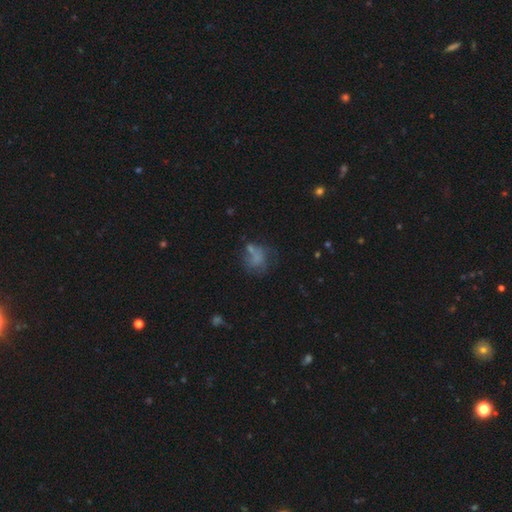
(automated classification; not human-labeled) Smooth or featured? smooth (53%)
How rounded? in between (53%)
Merging? none (38%)